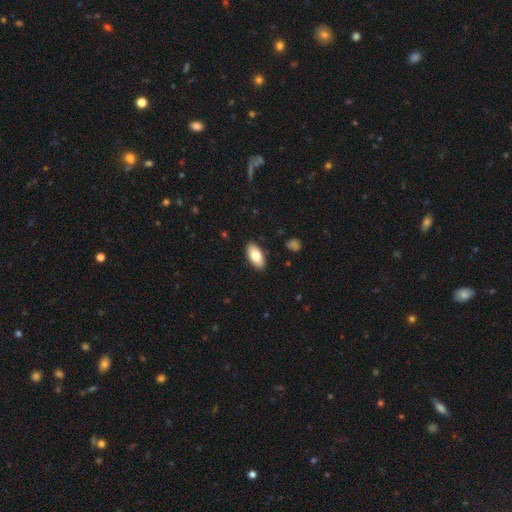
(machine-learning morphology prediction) This is likely a smooth galaxy (78%). How rounded: clearly in between (91%). Merging: clearly none (89%).